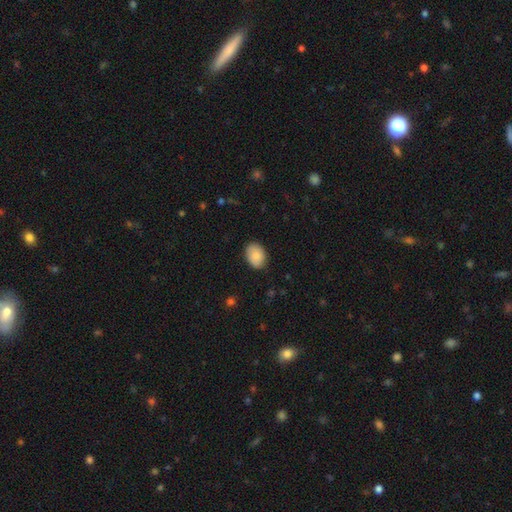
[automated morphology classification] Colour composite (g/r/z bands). It shows a smooth galaxy with no disk features (87%) that is in between round and cigar-shaped (79%). Merging: none (85%).